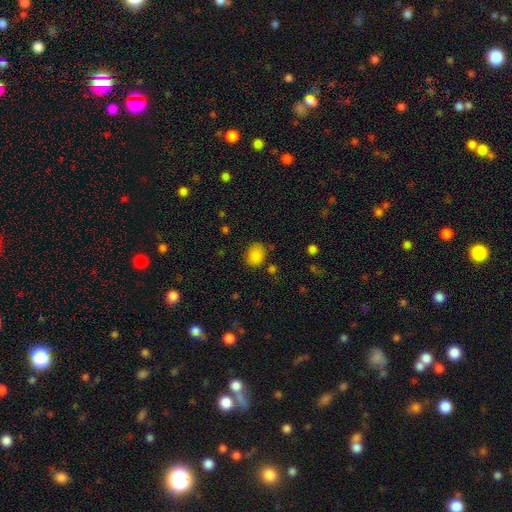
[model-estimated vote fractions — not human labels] The model was most divided on "how rounded": in between: 52%, round: 47%, cigar-shaped: 1%. More confident: smooth or featured — smooth (85%); merging — none (75%).